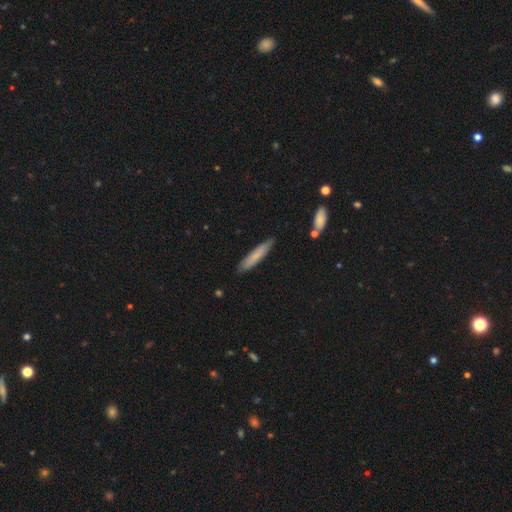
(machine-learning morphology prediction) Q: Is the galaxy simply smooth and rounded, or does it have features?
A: smooth — 73%.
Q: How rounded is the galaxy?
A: cigar-shaped — 90%.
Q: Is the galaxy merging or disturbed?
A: none — 85%.